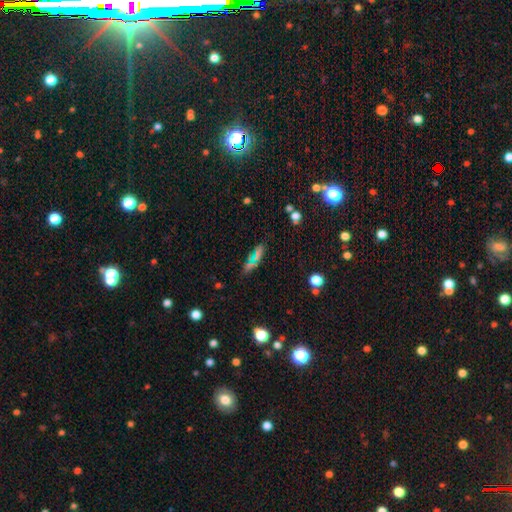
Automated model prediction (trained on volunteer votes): The model was most divided on "how rounded": cigar-shaped: 45%, in between: 44%, round: 11%. More confident: merging — none (65%); smooth or featured — smooth (54%).